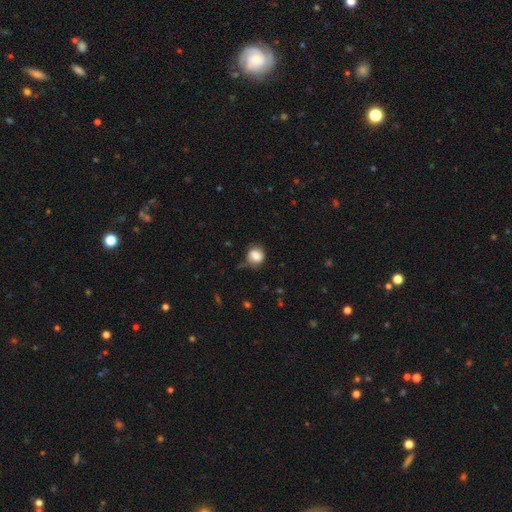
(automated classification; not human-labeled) A smooth galaxy with no disk features (82%) that is round (67%). Merging: none (56%).